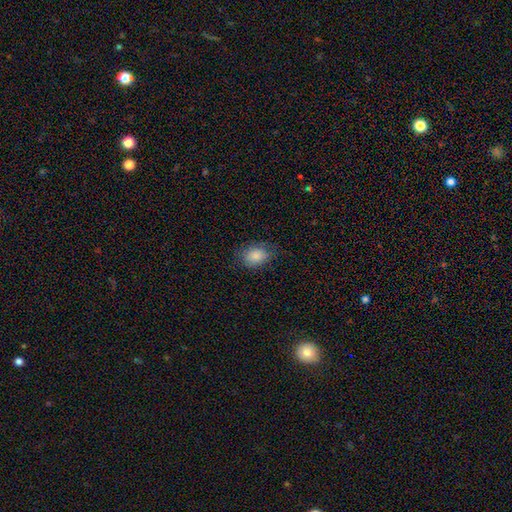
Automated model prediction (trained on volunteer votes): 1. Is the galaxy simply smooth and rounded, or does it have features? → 85% smooth, 8% star or artifact, 7% featured or disk.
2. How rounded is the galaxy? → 78% in between, 21% round, 1% cigar-shaped.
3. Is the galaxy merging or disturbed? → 72% none, 21% minor disturbance, 6% major disturbance, 1% merger.